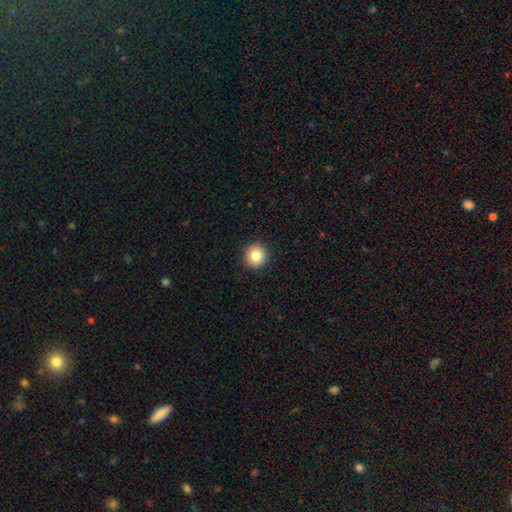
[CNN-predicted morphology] A smooth galaxy with no disk features (85%) that is round (93%).

Vote fractions:
- Smooth or featured? smooth: 85% / star or artifact: 10% / featured or disk: 6%
- How rounded? round: 93% / in between: 6% / cigar-shaped: 1%
- Merging? none: 91% / minor disturbance: 6% / major disturbance: 2% / merger: 1%